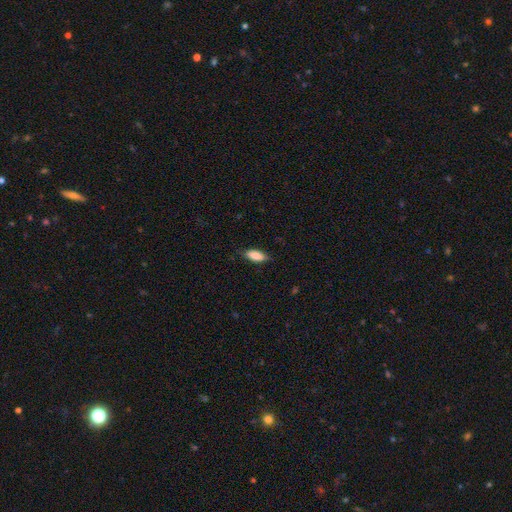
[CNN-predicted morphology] Smooth or featured? Predicted: smooth (p=0.85). How rounded? Predicted: in between (p=0.77). Merging? Predicted: none (p=0.80).